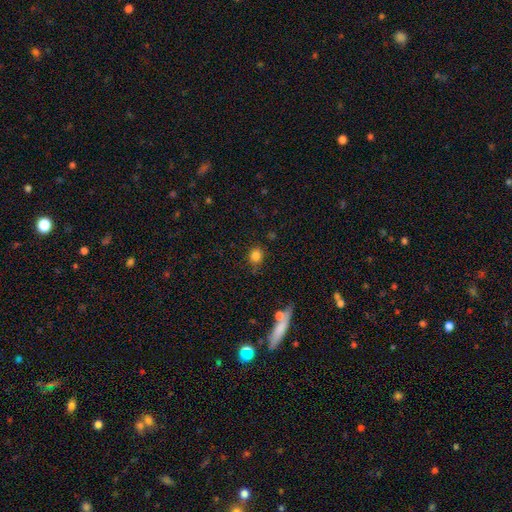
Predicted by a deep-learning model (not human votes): This appears to be a smooth galaxy with no disk features (83%) that is round (71%). Merging: none (76%).